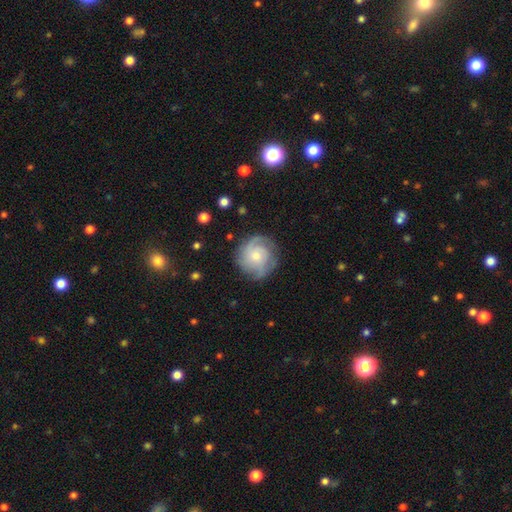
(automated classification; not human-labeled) Smooth or featured?
  - featured or disk: 68% *
  - smooth: 26%
  - star or artifact: 7%
Edge-on disk?
  - no: 98% *
  - yes: 2%
Bar?
  - no: 76% *
  - weak: 21%
  - strong: 3%
Spiral arms?
  - yes: 92% *
  - no: 8%
Spiral winding?
  - tight: 50% *
  - medium: 36%
  - loose: 14%
Spiral arm count?
  - can't tell: 29% *
  - 2: 26%
  - 3: 25%
  - 1: 8%
  - 4: 7%
  - more than 4: 5%
Bulge size?
  - small: 54% *
  - moderate: 37%
  - large: 4%
  - none: 3%
  - dominant: 1%
Merging?
  - none: 76% *
  - minor disturbance: 16%
  - major disturbance: 7%
  - merger: 1%